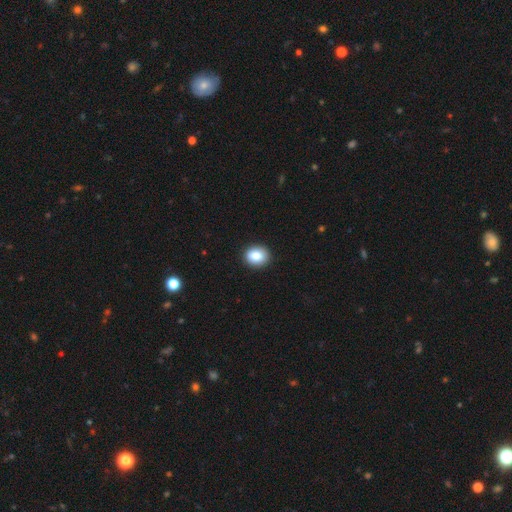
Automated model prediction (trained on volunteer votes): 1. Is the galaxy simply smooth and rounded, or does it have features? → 84% smooth, 9% star or artifact, 7% featured or disk.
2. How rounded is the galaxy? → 60% round, 39% in between, 1% cigar-shaped.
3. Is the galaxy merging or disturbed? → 91% none, 7% minor disturbance, 2% major disturbance, 1% merger.